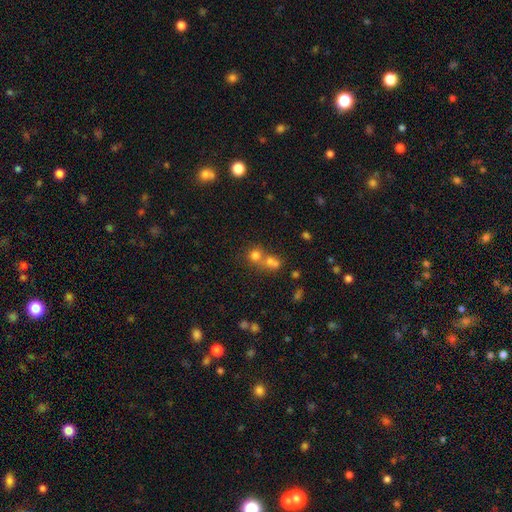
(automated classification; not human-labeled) Smooth or featured: smooth — 71% (star or artifact — 17%)
How rounded: round — 82% (in between — 17%)
Merging: merger — 49% (none — 41%)